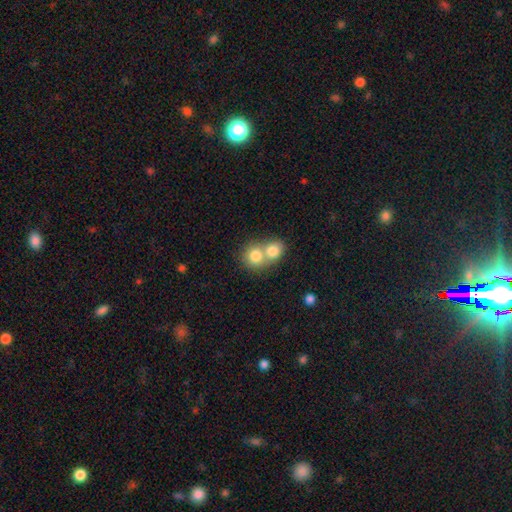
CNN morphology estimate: A smooth galaxy with no disk features (78%) that is round (78%). Merging: merger (66%).